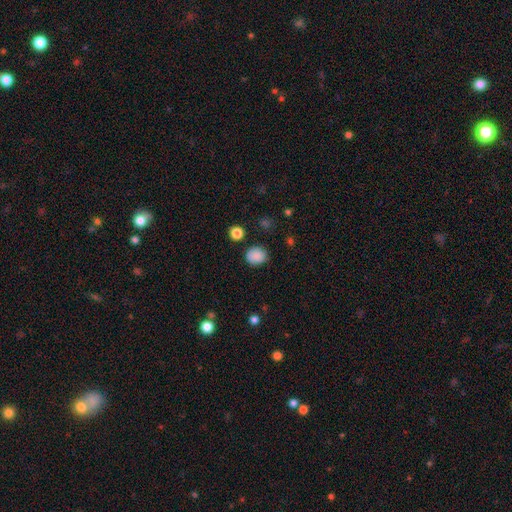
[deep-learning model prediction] Q: Smooth or featured?
A: smooth (86%); runner-up: star or artifact (10%)
Q: How rounded?
A: round (76%); runner-up: in between (23%)
Q: Merging?
A: none (82%); runner-up: minor disturbance (12%)